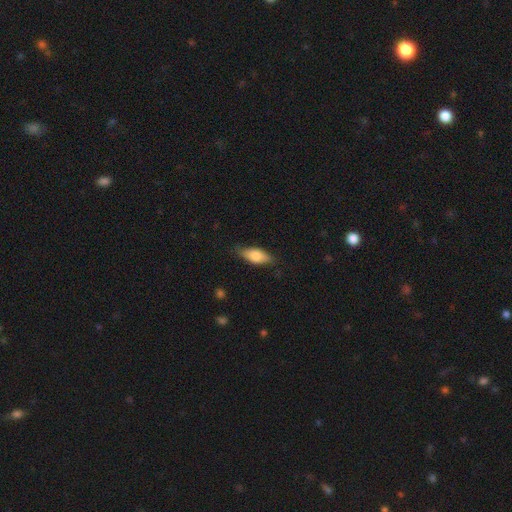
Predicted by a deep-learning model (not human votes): Q: Smooth or featured?
A: smooth (73%); runner-up: featured or disk (20%)
Q: How rounded?
A: in between (79%); runner-up: cigar-shaped (18%)
Q: Merging?
A: none (75%); runner-up: minor disturbance (20%)